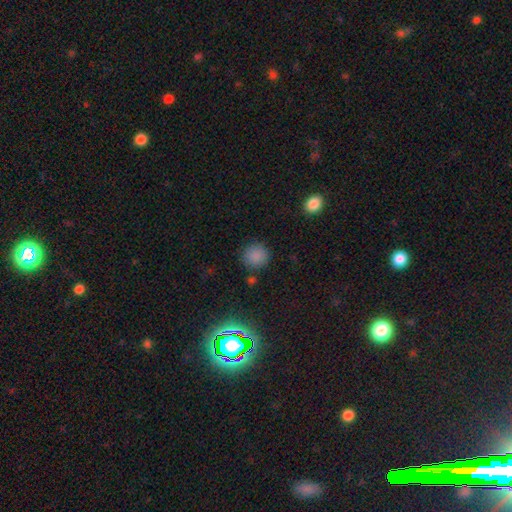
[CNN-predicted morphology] Q: Smooth or featured?
A: smooth (83%); runner-up: star or artifact (12%)
Q: How rounded?
A: round (92%); runner-up: in between (7%)
Q: Merging?
A: none (85%); runner-up: minor disturbance (9%)